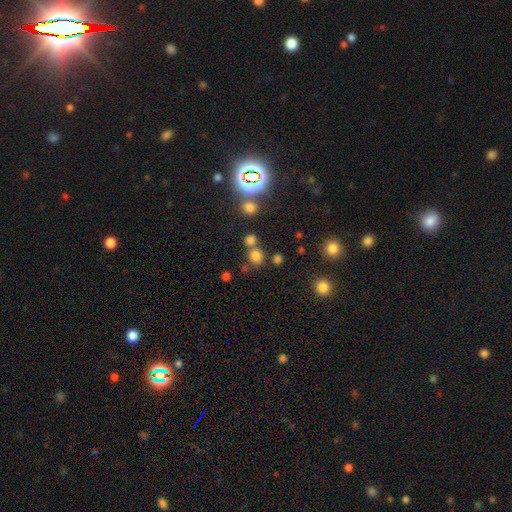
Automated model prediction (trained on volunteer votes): Smooth or featured? Predicted: smooth (p=0.70). How rounded? Predicted: round (p=0.83). Merging? Predicted: none (p=0.63).